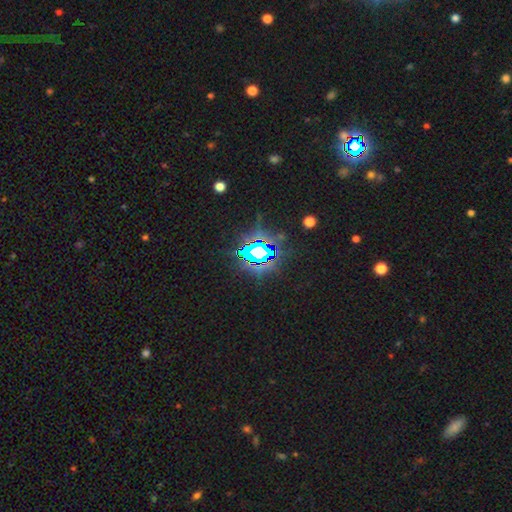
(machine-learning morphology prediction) Q: Smooth or featured?
A: star or artifact (76%); runner-up: smooth (13%)